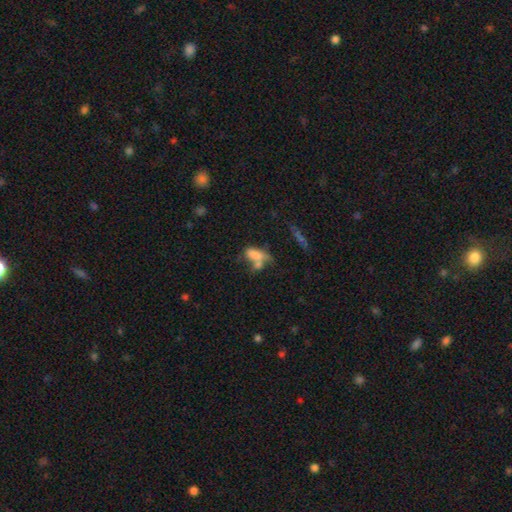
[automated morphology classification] The model was most divided on "merging": merger: 43%, none: 26%, major disturbance: 16%, minor disturbance: 15%. More confident: how rounded — in between (76%); smooth or featured — smooth (69%).